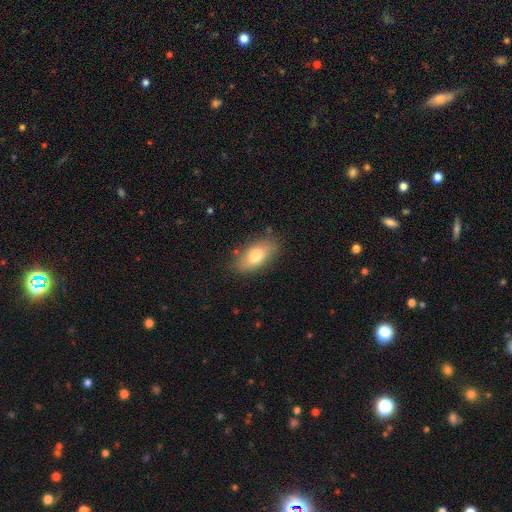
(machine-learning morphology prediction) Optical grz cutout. It shows a smooth galaxy with no disk features (74%) that is in between round and cigar-shaped (87%). Merging: none (82%).